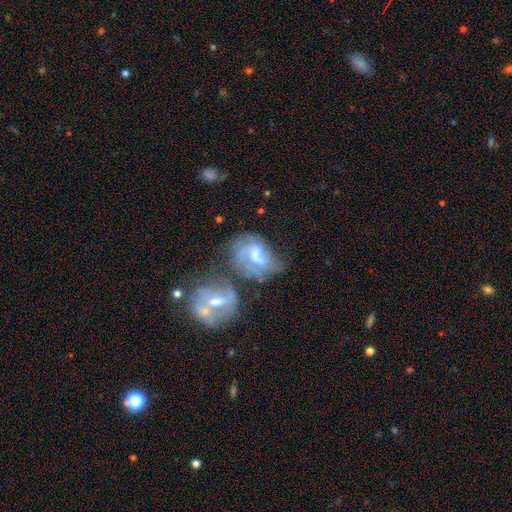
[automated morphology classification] A featured or disk galaxy (67%) with no bar (43%, tied with weak), spiral arms (71%) and a moderate central bulge (40%). Merging: merger (32%).